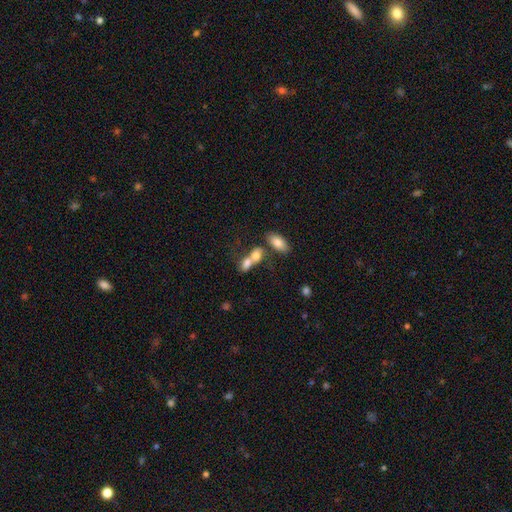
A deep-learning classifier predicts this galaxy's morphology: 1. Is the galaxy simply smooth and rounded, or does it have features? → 74% smooth, 17% featured or disk, 9% star or artifact.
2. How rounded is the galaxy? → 76% in between, 17% round, 7% cigar-shaped.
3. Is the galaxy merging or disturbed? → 64% merger, 22% none, 8% minor disturbance, 6% major disturbance.